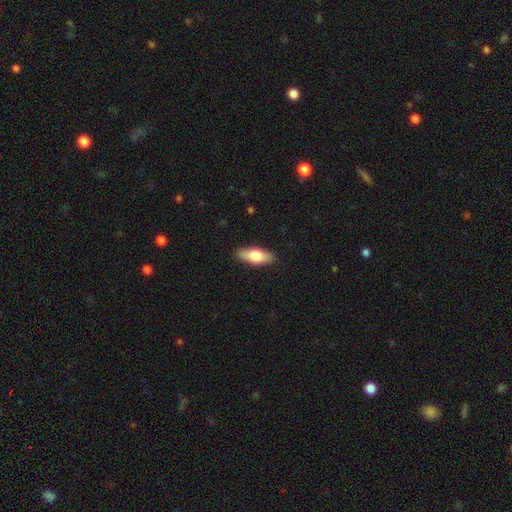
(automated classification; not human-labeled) Smooth or featured? smooth (68%)
How rounded? in between (74%)
Merging? none (88%)